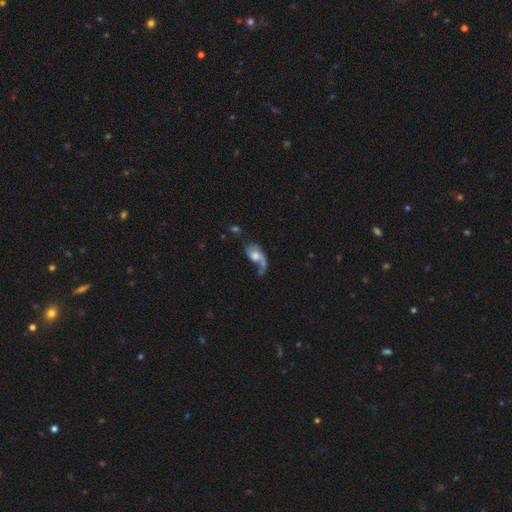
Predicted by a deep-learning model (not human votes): smooth-or-featured: featured or disk: 56% | smooth: 35% | star or artifact: 9%
  disk-edge-on: no: 94% | yes: 6%
    bar: no: 72% | weak: 23% | strong: 5%
    has-spiral-arms: yes: 76% | no: 24%
    bulge-size: moderate: 42% | large: 28% | small: 17% | none: 10% | dominant: 4%
  merging: major disturbance: 42% | none: 26% | minor disturbance: 18% | merger: 15%